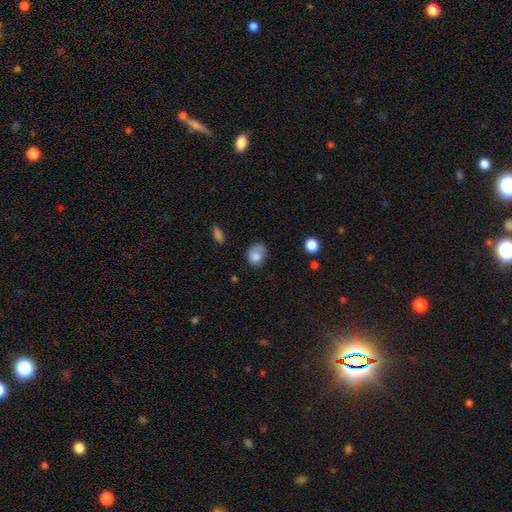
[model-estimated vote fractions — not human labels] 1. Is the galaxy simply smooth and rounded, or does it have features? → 76% smooth, 15% featured or disk, 9% star or artifact.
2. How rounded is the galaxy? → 54% round, 45% in between, 1% cigar-shaped.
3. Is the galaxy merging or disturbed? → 45% none, 31% minor disturbance, 20% major disturbance, 3% merger.